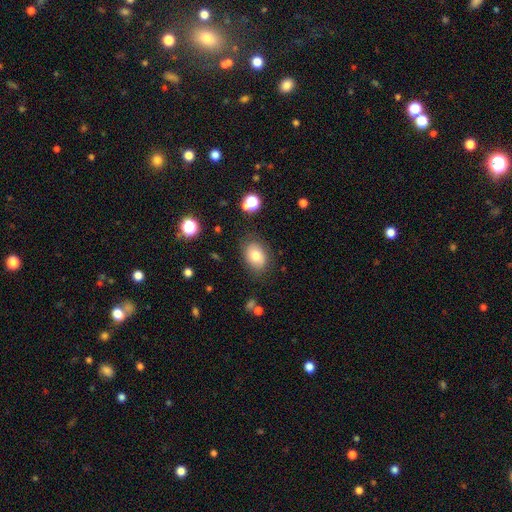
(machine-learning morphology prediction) smooth_or_featured: smooth (p=0.76) [alt: featured or disk p=0.14]
how_rounded: in between (p=0.74) [alt: round p=0.25]
merging: none (p=0.81) [alt: minor disturbance p=0.13]